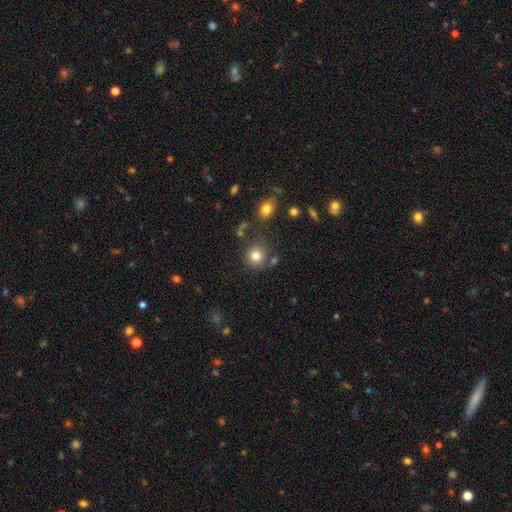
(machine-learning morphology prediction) Overall: smooth (81%). How rounded: round (89%). Merging: none (77%).